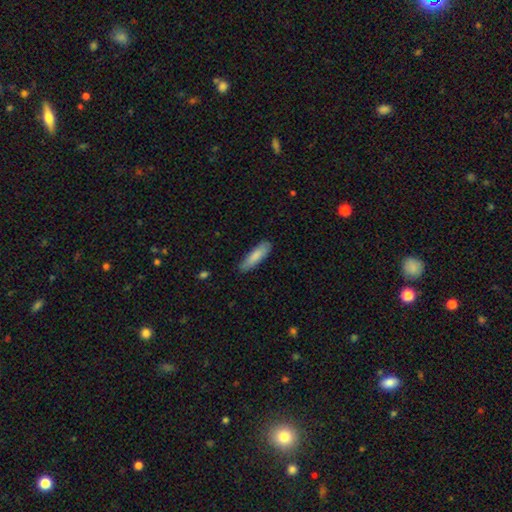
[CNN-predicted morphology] Smooth or featured? smooth (84%)
How rounded? cigar-shaped (63%)
Merging? none (82%)